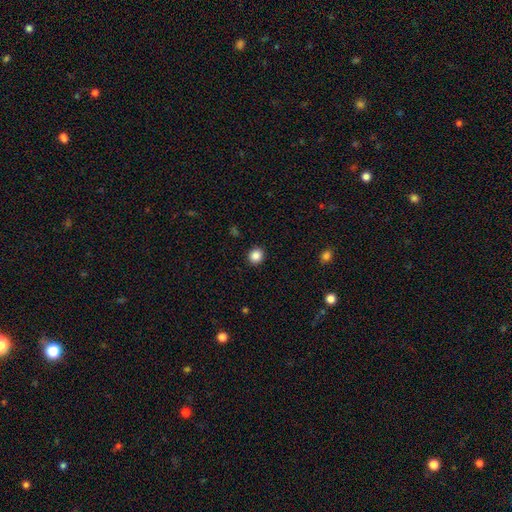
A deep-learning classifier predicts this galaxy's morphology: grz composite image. It shows a smooth galaxy with no disk features (86%) that is round (82%). Merging: none (92%).